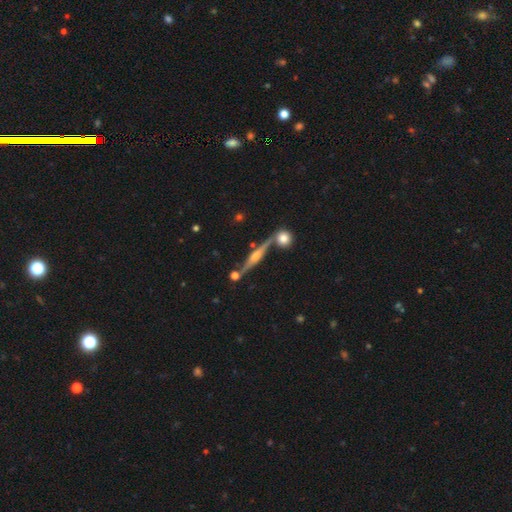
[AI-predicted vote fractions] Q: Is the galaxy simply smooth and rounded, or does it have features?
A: featured or disk — 77%.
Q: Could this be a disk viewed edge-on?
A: yes — 95%.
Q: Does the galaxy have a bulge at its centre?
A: rounded — 80%.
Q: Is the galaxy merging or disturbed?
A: none — 77%.